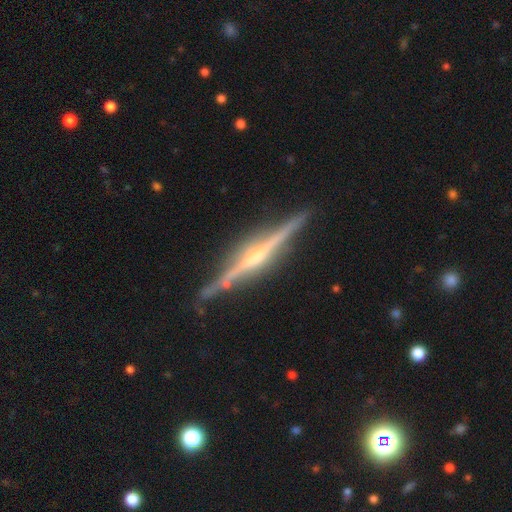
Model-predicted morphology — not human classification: smooth_or_featured: featured or disk (p=0.87) [alt: smooth p=0.08]
disk_edge_on: yes (p=0.98) [alt: no p=0.02]
edge_on_bulge: rounded (p=0.71) [alt: none p=0.18]
merging: none (p=0.86) [alt: minor disturbance p=0.10]